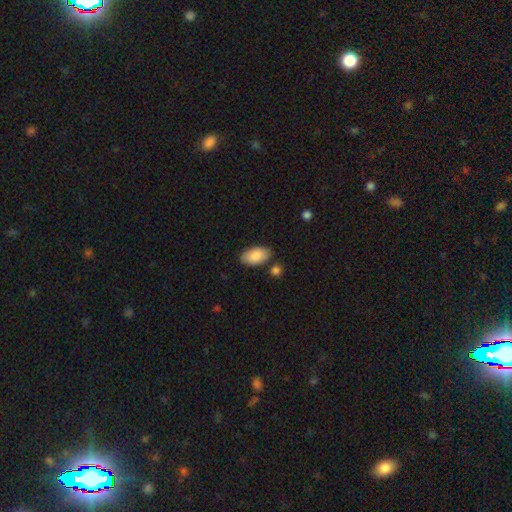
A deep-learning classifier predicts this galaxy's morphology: Q: Smooth or featured?
A: smooth (87%); runner-up: featured or disk (7%)
Q: How rounded?
A: in between (95%); runner-up: round (3%)
Q: Merging?
A: none (79%); runner-up: minor disturbance (13%)